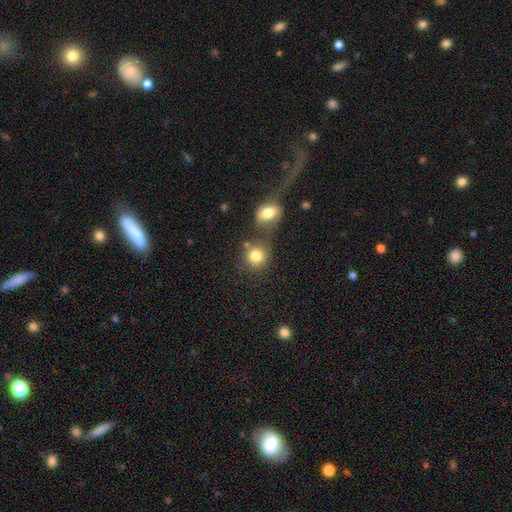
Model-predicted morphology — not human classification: smooth_or_featured: smooth (p=0.81) [alt: star or artifact p=0.10]
how_rounded: round (p=0.83) [alt: in between p=0.16]
merging: none (p=0.48) [alt: merger p=0.37]